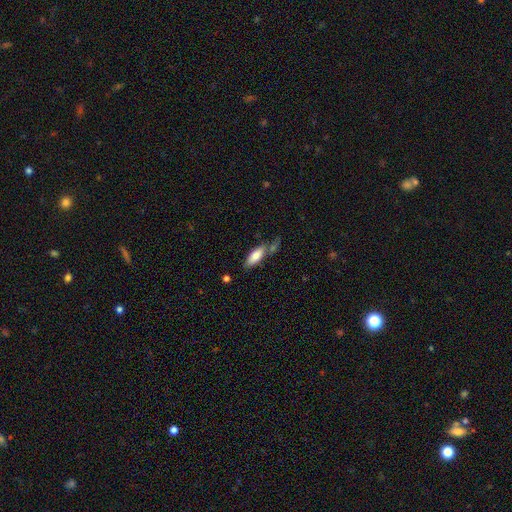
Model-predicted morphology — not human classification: type=smooth (76%); roundness=in between (70%); merging=none (49%).